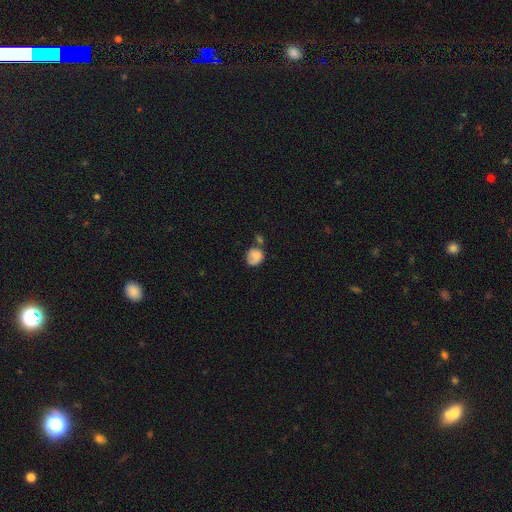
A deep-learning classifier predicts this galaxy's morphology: smooth-or-featured: smooth: 69% | featured or disk: 23% | star or artifact: 9%
  how-rounded: round: 69% | in between: 30% | cigar-shaped: 1%
  merging: none: 40% | minor disturbance: 25% | merger: 18% | major disturbance: 16%